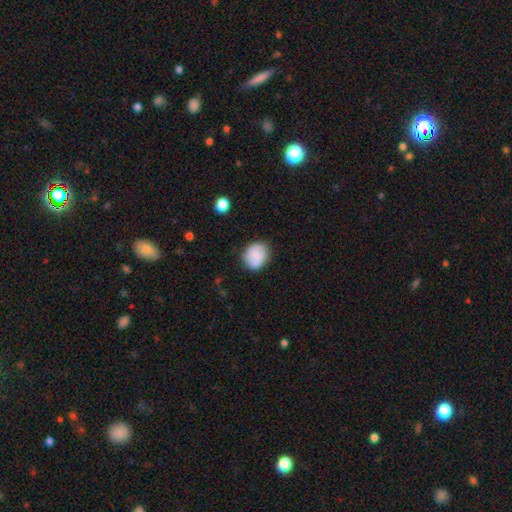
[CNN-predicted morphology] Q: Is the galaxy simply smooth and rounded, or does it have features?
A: smooth — 71%.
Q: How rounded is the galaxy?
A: round — 68%.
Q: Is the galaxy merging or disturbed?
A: none — 80%.